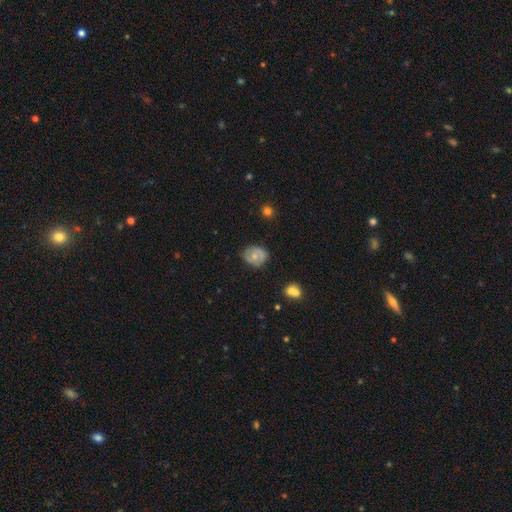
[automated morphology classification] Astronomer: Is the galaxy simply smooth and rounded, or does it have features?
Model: smooth — 53% (runner-up: featured or disk, 38%).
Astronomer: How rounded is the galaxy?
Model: round — 51% (runner-up: in between, 48%).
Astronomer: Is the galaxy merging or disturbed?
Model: none — 66%.